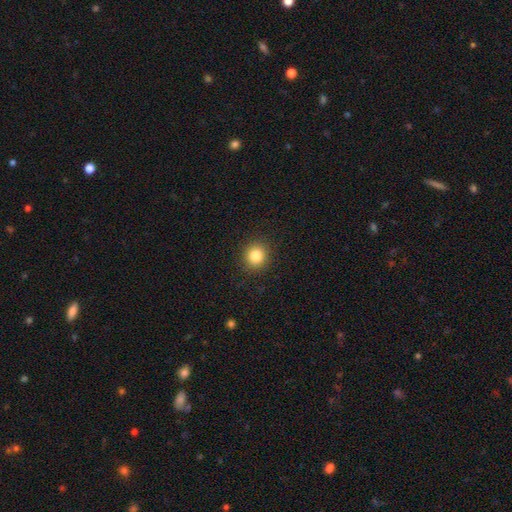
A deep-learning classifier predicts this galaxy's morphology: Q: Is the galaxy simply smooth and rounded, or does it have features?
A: smooth — 83%.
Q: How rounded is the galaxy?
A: round — 83%.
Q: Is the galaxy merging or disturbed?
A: none — 91%.